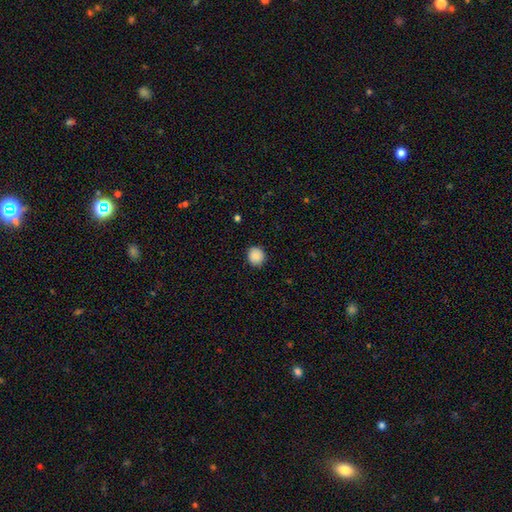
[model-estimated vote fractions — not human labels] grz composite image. It shows a smooth galaxy with no disk features (88%) that is round (90%). Merging: none (90%).